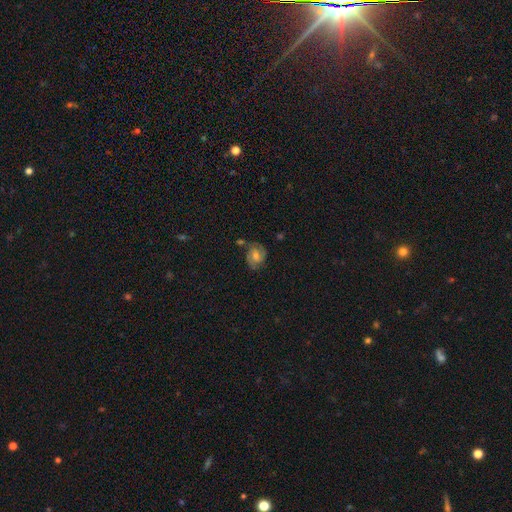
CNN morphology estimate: A featured or disk galaxy (71%) with no bar (48%), 2 (82%) tight (47%) spiral arms (94%) and a moderate central bulge (57%).

Vote fractions:
- Smooth or featured? featured or disk: 71% / smooth: 20% / star or artifact: 9%
- Edge-on disk? no: 97% / yes: 3%
- Bar? no: 48% / weak: 42% / strong: 10%
- Spiral arms? yes: 94% / no: 6%
- Spiral winding? tight: 47% / medium: 43% / loose: 11%
- Spiral arm count? 2: 82% / can't tell: 8% / 3: 5% / 1: 3% / 4: 1% / more than 4: 1%
- Bulge size? moderate: 57% / small: 33% / large: 5% / none: 4% / dominant: 1%
- Merging? none: 70% / minor disturbance: 17% / merger: 6% / major disturbance: 6%